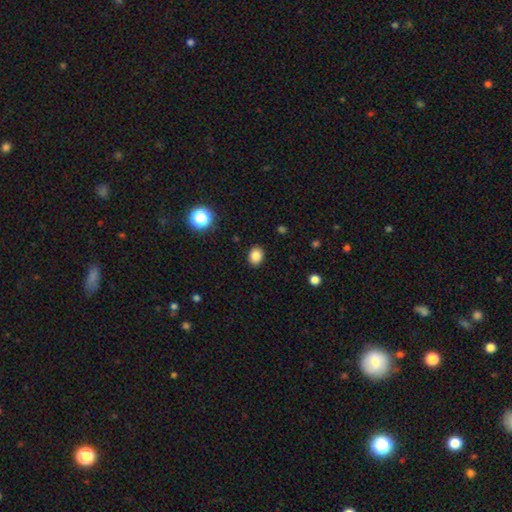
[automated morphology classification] smooth 85%, star or artifact 11%, featured or disk 4%. Down the decision tree: how rounded — round (50%); merging — none (90%).